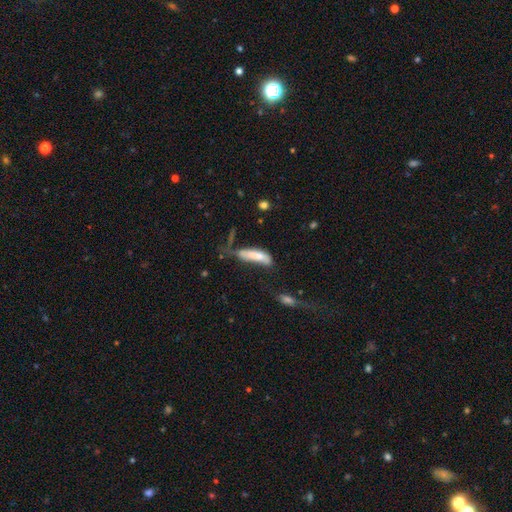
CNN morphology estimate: Smooth or featured? Predicted: smooth (p=0.68). How rounded? Predicted: cigar-shaped (p=0.58). Merging? Predicted: major disturbance (p=0.34).